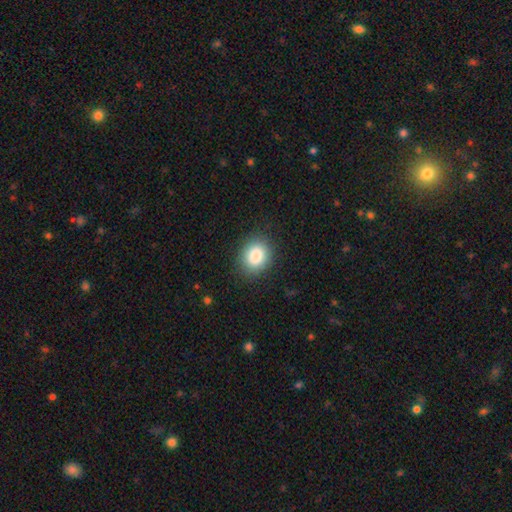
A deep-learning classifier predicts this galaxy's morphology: This appears to be a smooth galaxy with no disk features (86%) that is round (57%). Merging: none (87%).